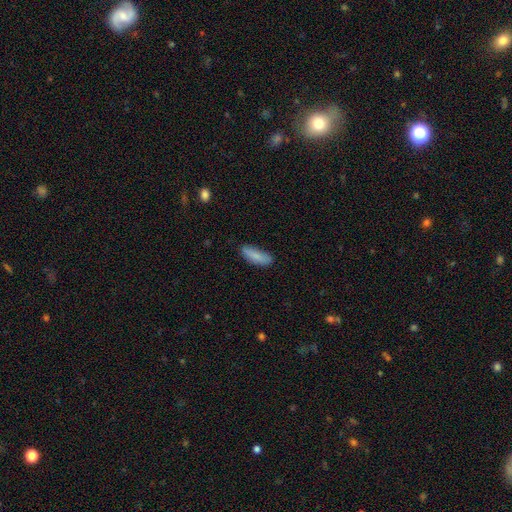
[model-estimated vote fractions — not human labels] Smooth or featured?
  - smooth: 84% *
  - featured or disk: 10%
  - star or artifact: 6%
How rounded?
  - in between: 58% *
  - cigar-shaped: 40%
  - round: 2%
Merging?
  - none: 75% *
  - minor disturbance: 20%
  - major disturbance: 4%
  - merger: 2%